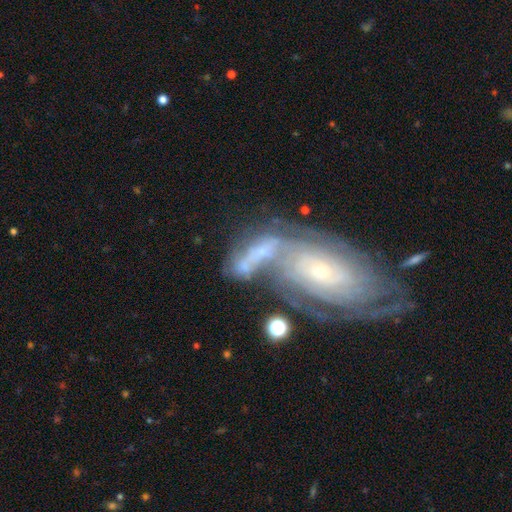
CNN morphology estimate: Smooth or featured? featured or disk (72%)
Edge-on disk? no (92%)
Bar? no (68%)
Spiral arms? yes (84%)
Spiral winding? tight (64%)
Spiral arm count? can't tell (49%)
Bulge size? small (72%)
Merging? merger (51%)